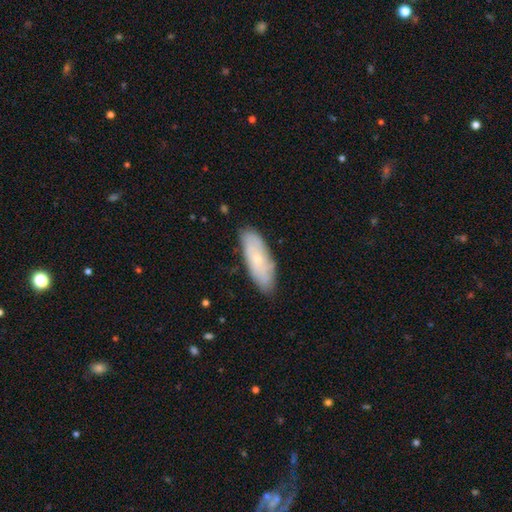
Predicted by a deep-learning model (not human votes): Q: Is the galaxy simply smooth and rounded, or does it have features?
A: smooth — 49%.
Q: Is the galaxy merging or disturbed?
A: none — 85%.